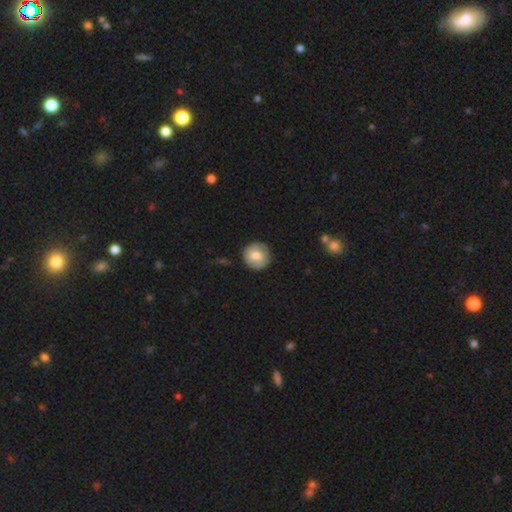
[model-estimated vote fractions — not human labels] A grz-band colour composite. It shows a smooth galaxy with no disk features (65%) that is round (92%). Merging: none (85%).